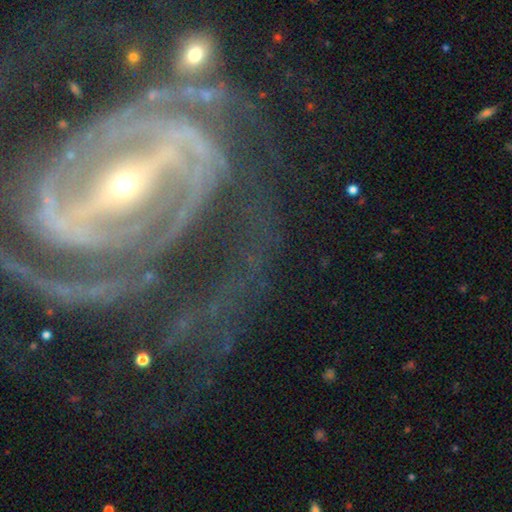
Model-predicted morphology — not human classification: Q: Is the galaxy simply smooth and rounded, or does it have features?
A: featured or disk — 89%.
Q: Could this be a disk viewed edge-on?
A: no — 95%.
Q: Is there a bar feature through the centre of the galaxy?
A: strong — 67%.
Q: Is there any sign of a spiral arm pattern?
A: yes — 95%.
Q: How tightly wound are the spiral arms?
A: tight — 53%.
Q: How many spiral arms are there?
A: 2 — 41%.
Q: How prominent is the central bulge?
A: small — 74%.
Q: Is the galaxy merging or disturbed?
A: none — 55%.